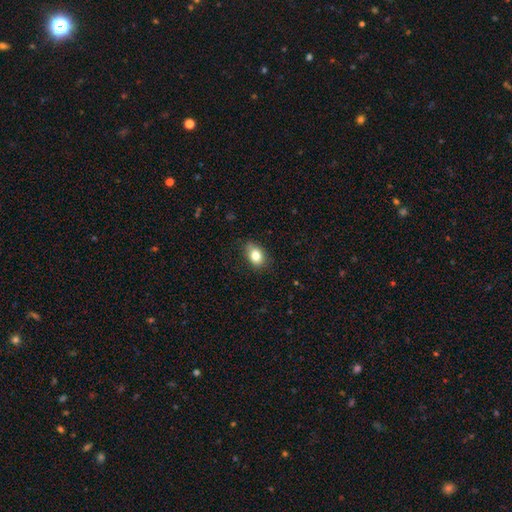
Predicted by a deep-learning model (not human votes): Smooth or featured?
  - smooth: 81% *
  - featured or disk: 10%
  - star or artifact: 9%
How rounded?
  - in between: 75% *
  - round: 24%
  - cigar-shaped: 1%
Merging?
  - none: 80% *
  - minor disturbance: 16%
  - major disturbance: 3%
  - merger: 1%